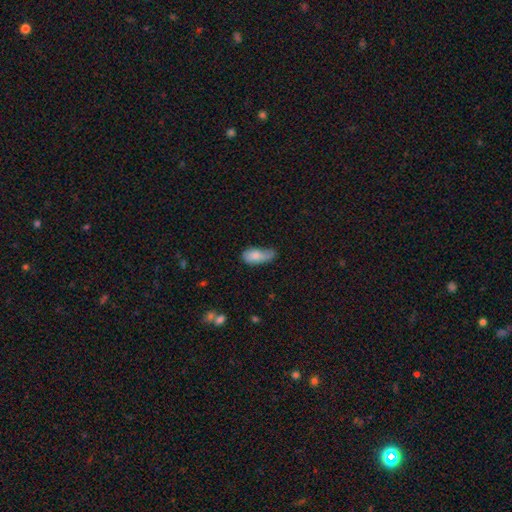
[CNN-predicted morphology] The model was most divided on "merging": minor disturbance: 43%, none: 32%, major disturbance: 21%, merger: 4%. More confident: how rounded — in between (89%); smooth or featured — smooth (76%).